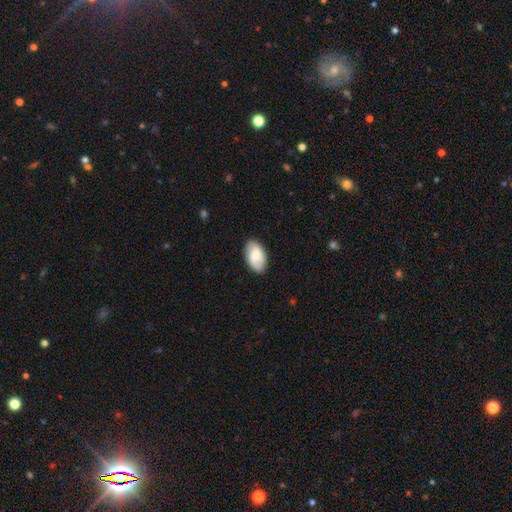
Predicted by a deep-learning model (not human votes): Q: Smooth or featured?
A: smooth (69%); runner-up: featured or disk (24%)
Q: How rounded?
A: in between (94%); runner-up: round (4%)
Q: Merging?
A: none (85%); runner-up: minor disturbance (12%)